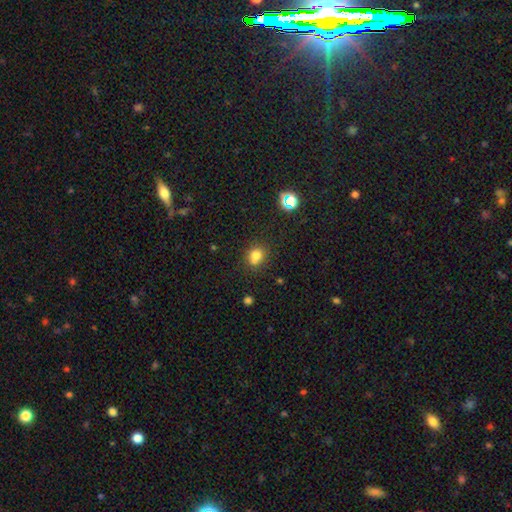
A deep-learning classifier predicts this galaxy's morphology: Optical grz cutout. It shows a smooth galaxy with no disk features (74%) that is round (72%). Merging: none (53%).